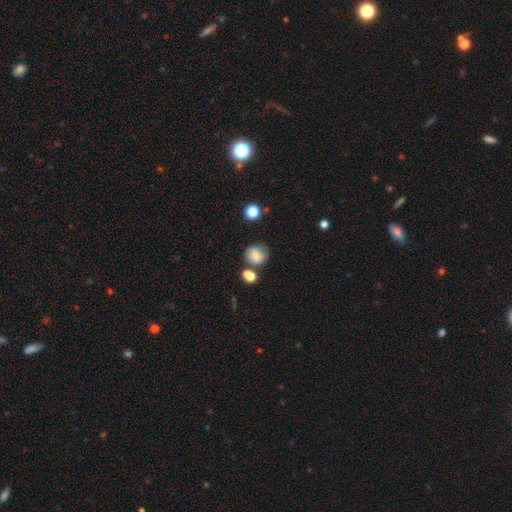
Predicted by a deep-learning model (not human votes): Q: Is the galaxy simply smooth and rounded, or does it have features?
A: smooth — 78%.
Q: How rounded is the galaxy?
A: round — 79%.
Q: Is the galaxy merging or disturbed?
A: none — 59%.